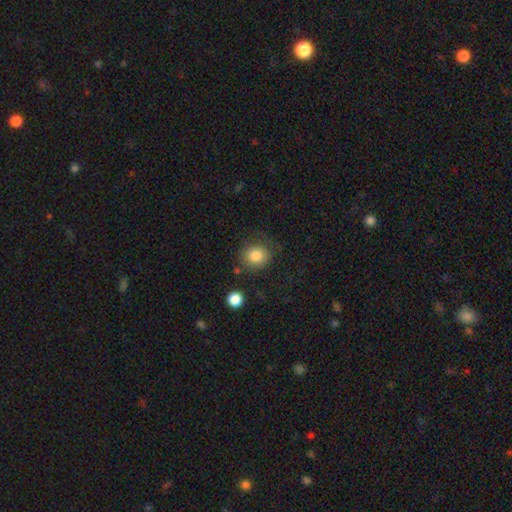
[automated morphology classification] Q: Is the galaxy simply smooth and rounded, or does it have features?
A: smooth — 83%.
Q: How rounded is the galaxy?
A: round — 78%.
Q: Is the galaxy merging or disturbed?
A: none — 75%.